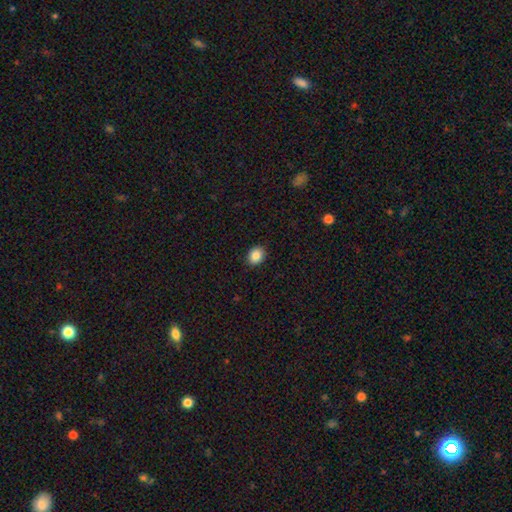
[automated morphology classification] This appears to be a smooth galaxy with no disk features (86%) that is round (52%). Merging: none (90%).